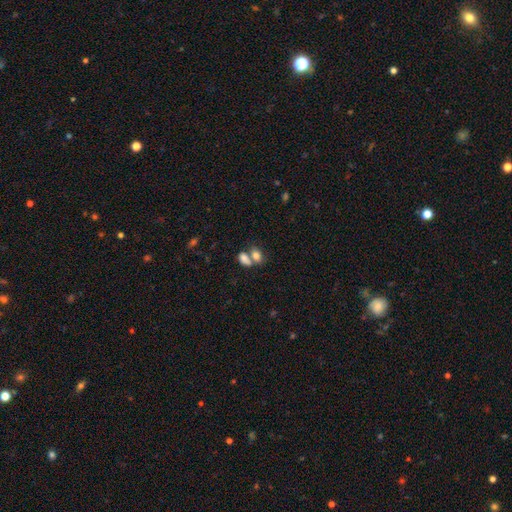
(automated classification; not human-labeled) A smooth galaxy with no disk features (61%) that is in between round and cigar-shaped (59%). Merging: merger (44%).